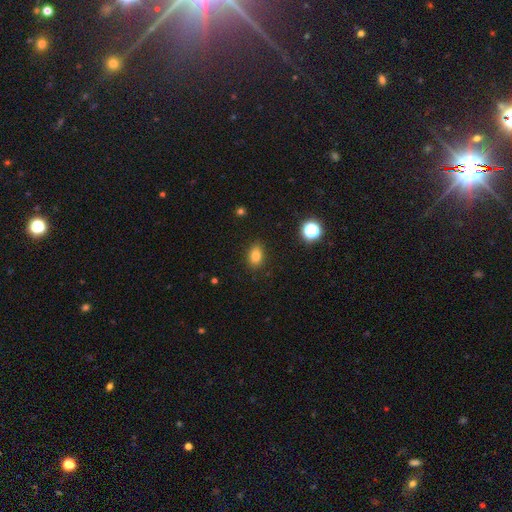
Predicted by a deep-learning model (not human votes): Q: Smooth or featured?
A: smooth (81%); runner-up: star or artifact (12%)
Q: How rounded?
A: in between (79%); runner-up: round (19%)
Q: Merging?
A: none (86%); runner-up: minor disturbance (10%)